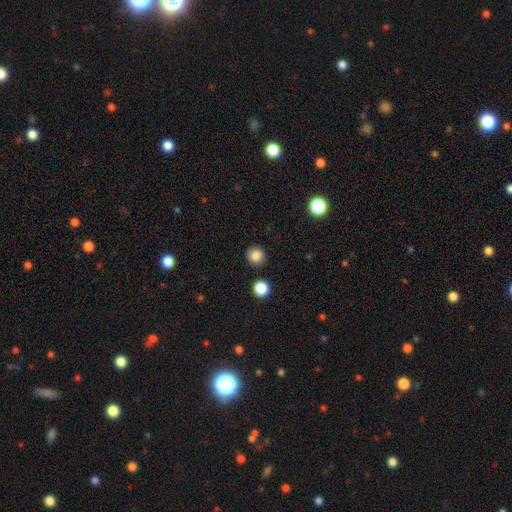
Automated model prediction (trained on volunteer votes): A smooth galaxy with no disk features (84%) that is round (94%). Merging: none (91%).